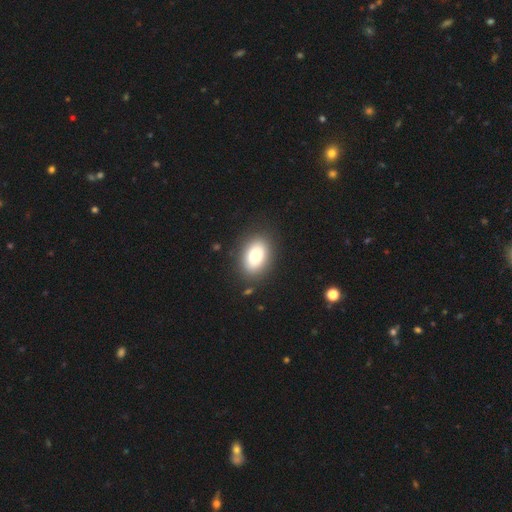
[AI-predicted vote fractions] This appears to be a smooth galaxy with no disk features (79%) that is in between round and cigar-shaped (84%). Merging: none (86%).